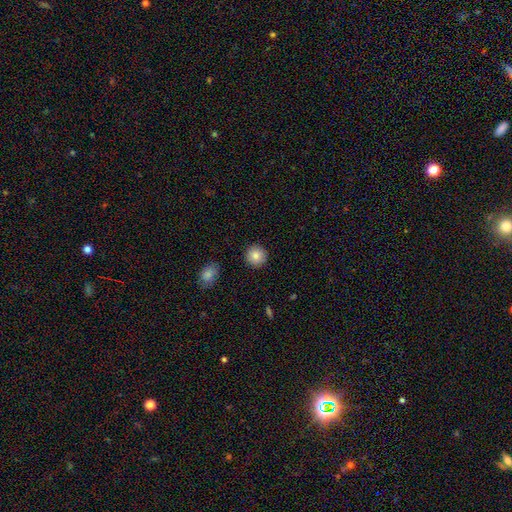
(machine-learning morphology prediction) smooth-or-featured: smooth: 86% | star or artifact: 8% | featured or disk: 6%
  how-rounded: round: 94% | in between: 5% | cigar-shaped: 1%
  merging: none: 91% | minor disturbance: 6% | major disturbance: 2% | merger: 1%